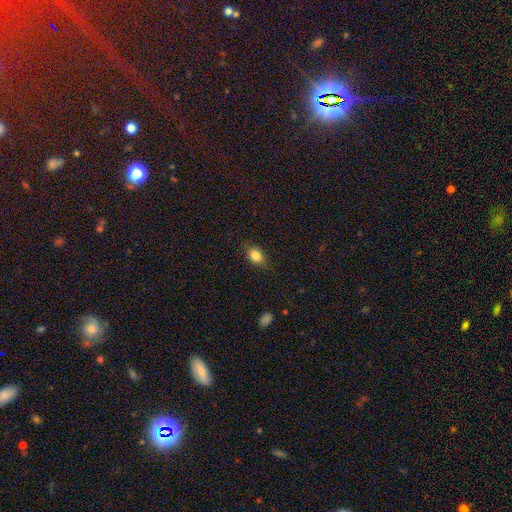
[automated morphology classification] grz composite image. It shows a smooth galaxy with no disk features (83%) that is in between round and cigar-shaped (65%). Merging: none (80%).